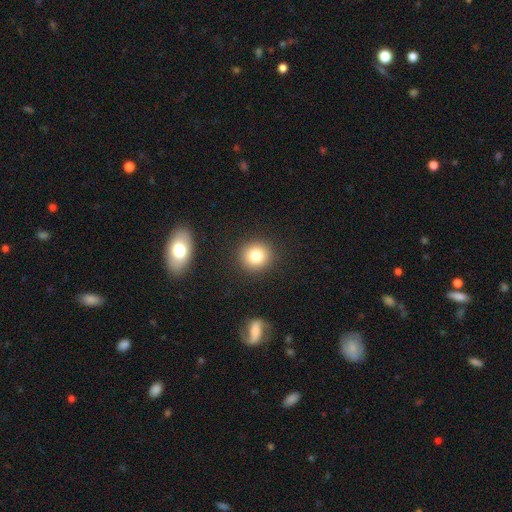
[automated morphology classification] Smooth or featured?
  - smooth: 80% *
  - star or artifact: 11%
  - featured or disk: 8%
How rounded?
  - round: 91% *
  - in between: 8%
  - cigar-shaped: 1%
Merging?
  - none: 90% *
  - minor disturbance: 6%
  - major disturbance: 2%
  - merger: 2%